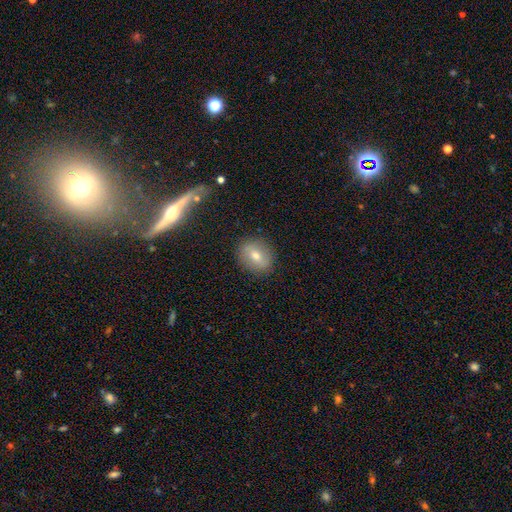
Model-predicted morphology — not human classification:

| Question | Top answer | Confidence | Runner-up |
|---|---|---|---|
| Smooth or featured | smooth | 66% | featured or disk (25%) |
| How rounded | round | 55% | in between (43%) |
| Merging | none | 87% | minor disturbance (9%) |